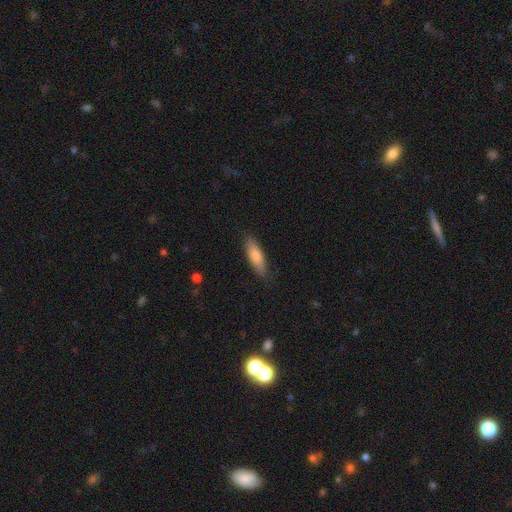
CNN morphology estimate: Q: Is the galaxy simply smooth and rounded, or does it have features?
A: smooth — 79%.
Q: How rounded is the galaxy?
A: cigar-shaped — 55%.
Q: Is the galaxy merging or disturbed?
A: none — 84%.